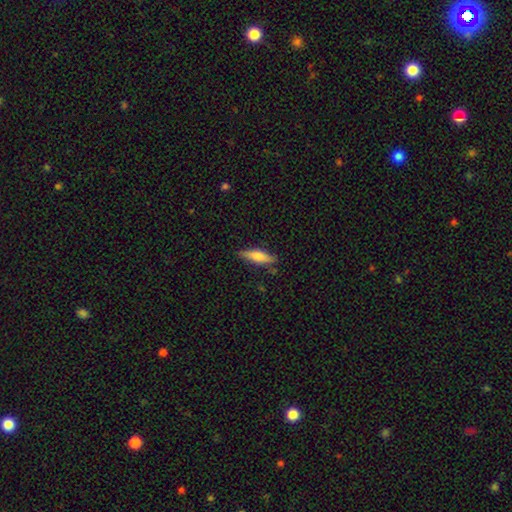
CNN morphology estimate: Smooth or featured?
  - smooth: 66% *
  - featured or disk: 28%
  - star or artifact: 6%
How rounded?
  - cigar-shaped: 66% *
  - in between: 32%
  - round: 2%
Merging?
  - none: 82% *
  - minor disturbance: 14%
  - major disturbance: 3%
  - merger: 2%